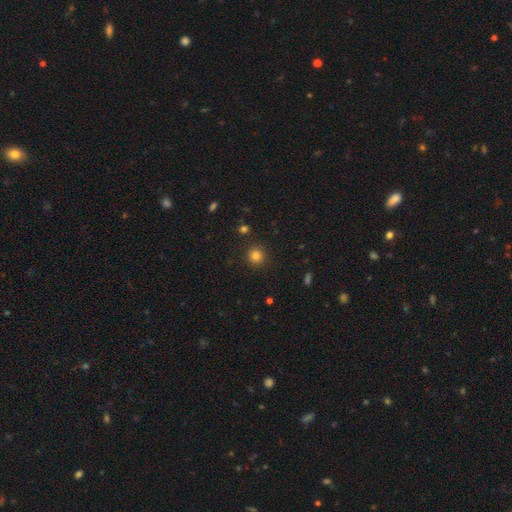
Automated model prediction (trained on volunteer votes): smooth_or_featured: smooth (p=0.81) [alt: star or artifact p=0.14]
how_rounded: round (p=0.93) [alt: in between p=0.06]
merging: none (p=0.90) [alt: minor disturbance p=0.06]